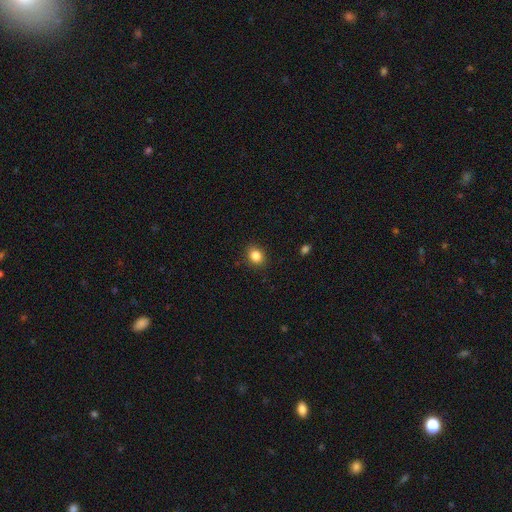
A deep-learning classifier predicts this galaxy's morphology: Smooth or featured?
  - smooth: 85% *
  - star or artifact: 10%
  - featured or disk: 5%
How rounded?
  - round: 57% *
  - in between: 42%
  - cigar-shaped: 1%
Merging?
  - none: 88% *
  - minor disturbance: 9%
  - major disturbance: 2%
  - merger: 1%